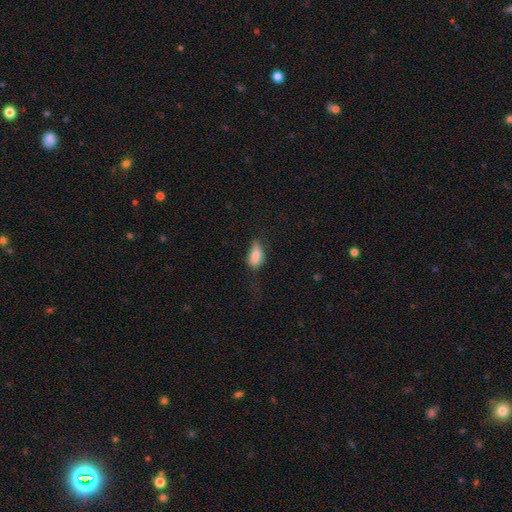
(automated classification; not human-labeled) smooth-or-featured: smooth: 79% | featured or disk: 13% | star or artifact: 8%
  how-rounded: in between: 86% | cigar-shaped: 9% | round: 4%
  merging: none: 42% | minor disturbance: 35% | major disturbance: 21% | merger: 2%